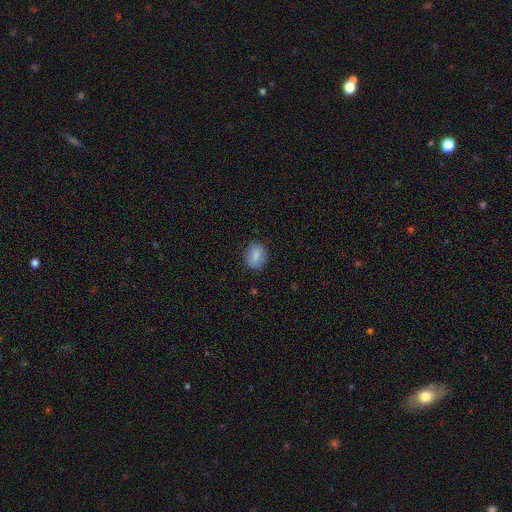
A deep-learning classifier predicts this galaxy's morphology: A smooth galaxy with no disk features (83%) that is in between round and cigar-shaped (56%). Merging: none (81%).